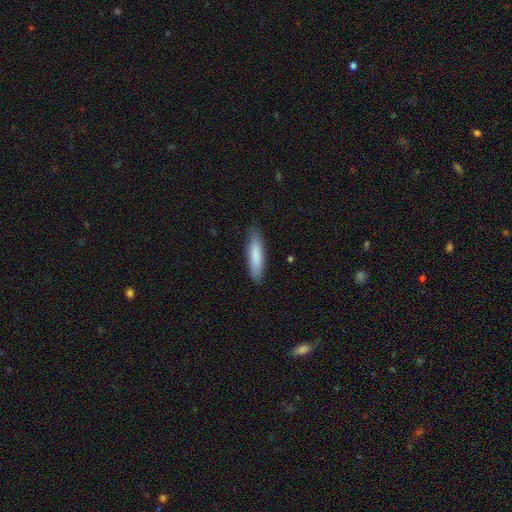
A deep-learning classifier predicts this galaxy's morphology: type=smooth (84%); roundness=cigar-shaped (76%); merging=none (86%).